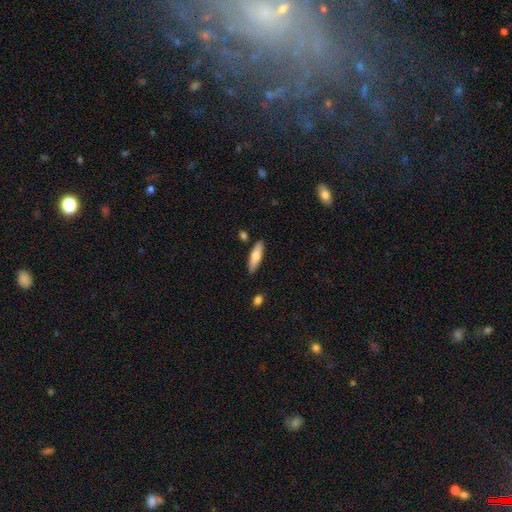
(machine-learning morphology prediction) A smooth galaxy with no disk features (69%) that is cigar-shaped (53%). Merging: none (85%).